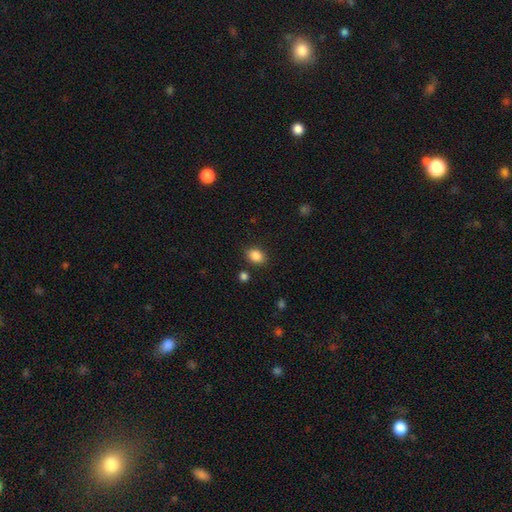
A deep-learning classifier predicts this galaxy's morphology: Smooth or featured: smooth — 87% (star or artifact — 9%)
How rounded: in between — 67% (round — 32%)
Merging: none — 84% (minor disturbance — 10%)